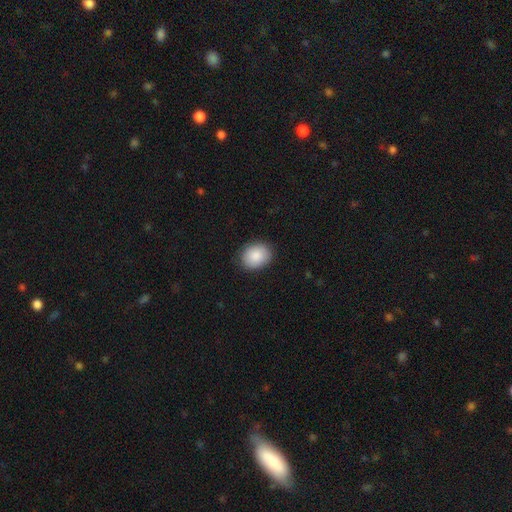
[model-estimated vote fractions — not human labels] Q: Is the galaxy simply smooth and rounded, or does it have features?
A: smooth — 88%.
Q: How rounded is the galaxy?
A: in between — 51%.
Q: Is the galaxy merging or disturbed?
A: none — 87%.